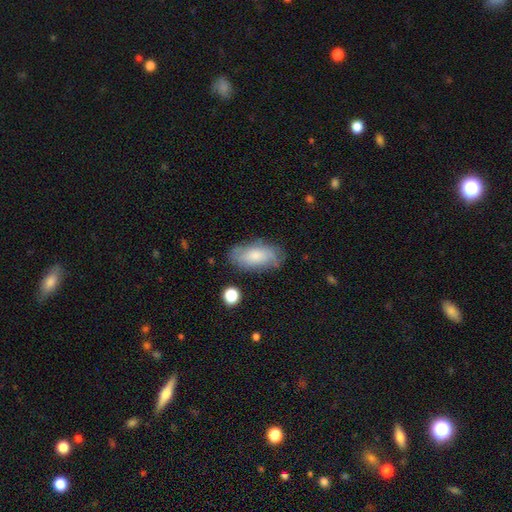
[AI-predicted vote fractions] The model was most divided on "smooth or featured": smooth: 66%, featured or disk: 27%, star or artifact: 7%. More confident: how rounded — in between (89%); merging — none (72%).